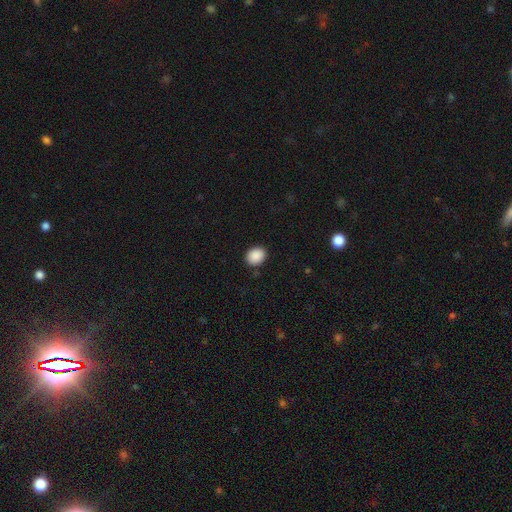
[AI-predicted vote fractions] This is clearly a smooth galaxy (90%). How rounded: possibly round (53%). Merging: clearly none (89%).